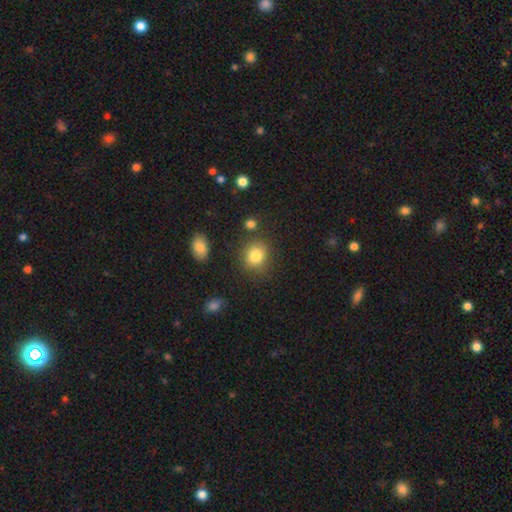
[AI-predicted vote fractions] Q: Smooth or featured?
A: smooth (84%); runner-up: star or artifact (10%)
Q: How rounded?
A: round (68%); runner-up: in between (31%)
Q: Merging?
A: none (79%); runner-up: minor disturbance (12%)